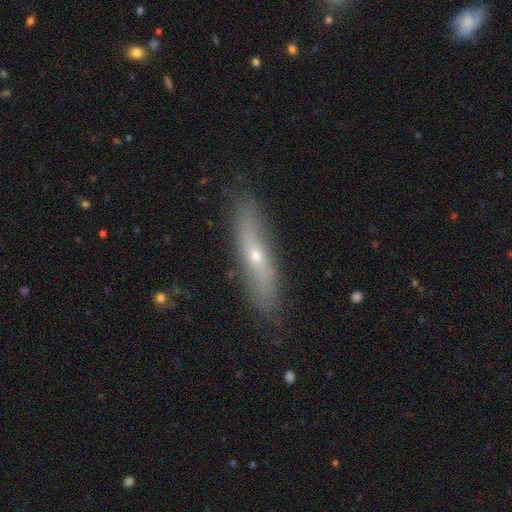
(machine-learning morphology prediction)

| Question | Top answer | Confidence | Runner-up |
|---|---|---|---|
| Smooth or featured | featured or disk | 53% | smooth (38%) |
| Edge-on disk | yes | 65% | no (35%) |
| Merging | none | 83% | minor disturbance (13%) |